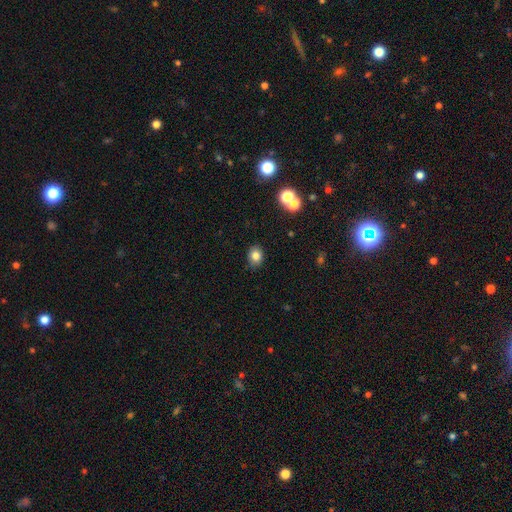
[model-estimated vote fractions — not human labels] Q: Smooth or featured?
A: smooth (80%); runner-up: star or artifact (12%)
Q: How rounded?
A: round (52%); runner-up: in between (47%)
Q: Merging?
A: none (85%); runner-up: minor disturbance (11%)